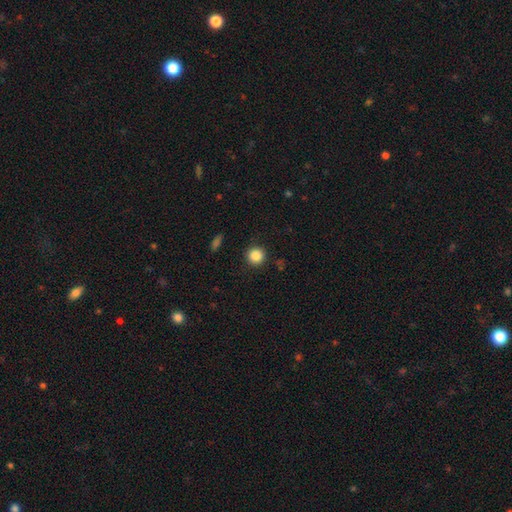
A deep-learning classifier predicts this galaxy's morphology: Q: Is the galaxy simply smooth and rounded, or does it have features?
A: smooth — 87%.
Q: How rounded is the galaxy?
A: round — 94%.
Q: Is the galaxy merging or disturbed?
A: none — 90%.